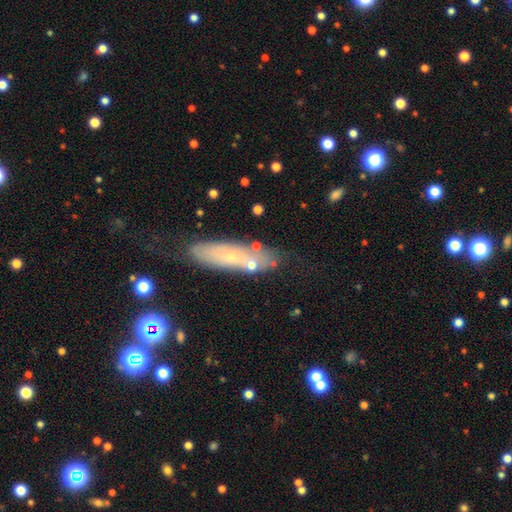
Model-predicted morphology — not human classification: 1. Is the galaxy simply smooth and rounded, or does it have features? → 46% smooth, 42% featured or disk, 12% star or artifact.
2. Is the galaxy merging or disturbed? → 66% none, 19% minor disturbance, 9% merger, 6% major disturbance.